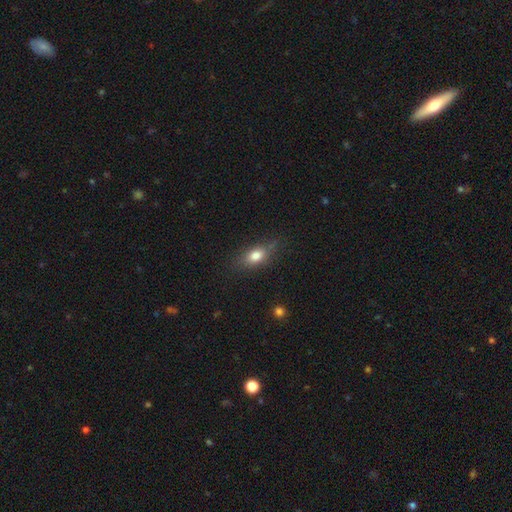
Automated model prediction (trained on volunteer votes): smooth-or-featured: smooth: 78% | featured or disk: 13% | star or artifact: 9%
  how-rounded: in between: 78% | round: 13% | cigar-shaped: 9%
  merging: none: 69% | minor disturbance: 22% | major disturbance: 6% | merger: 2%